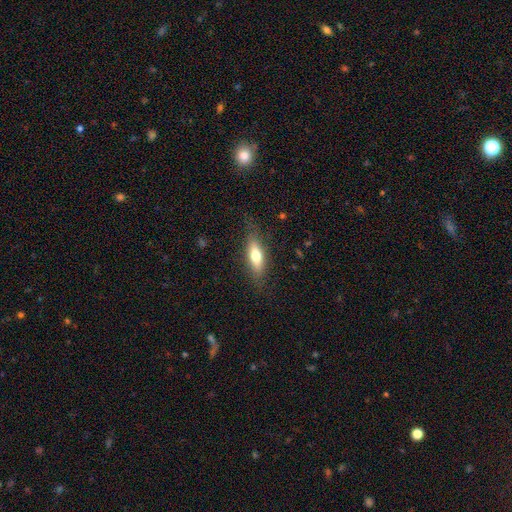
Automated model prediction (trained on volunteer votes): Smooth or featured? Predicted: smooth (p=0.65). How rounded? Predicted: in between (p=0.54). Merging? Predicted: none (p=0.79).